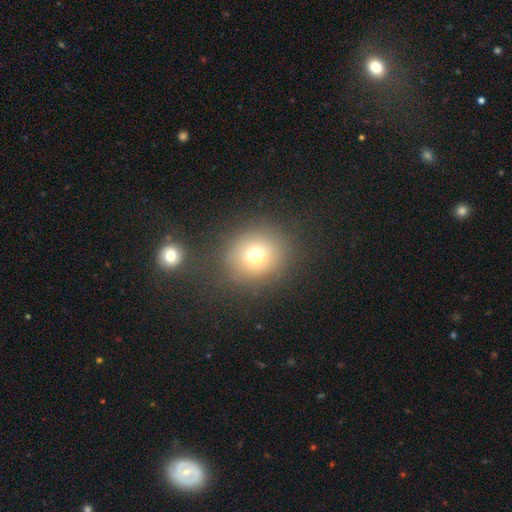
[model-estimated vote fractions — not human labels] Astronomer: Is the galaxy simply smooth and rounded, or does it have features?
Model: smooth — 69%.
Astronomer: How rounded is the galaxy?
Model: round — 80%.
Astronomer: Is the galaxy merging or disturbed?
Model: none — 78%.